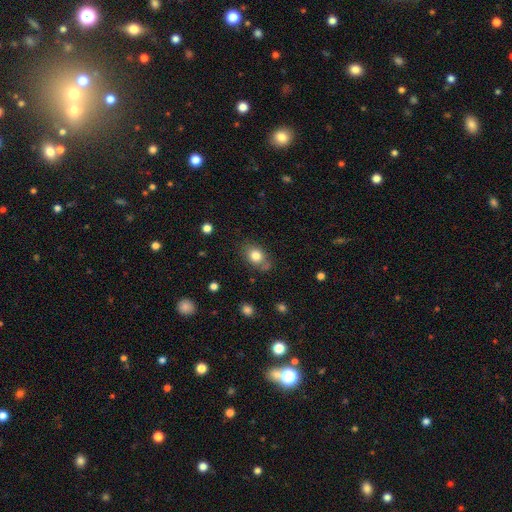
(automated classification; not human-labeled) The model was most divided on "how rounded": in between: 61%, round: 37%, cigar-shaped: 1%. More confident: smooth or featured — smooth (80%); merging — none (71%).